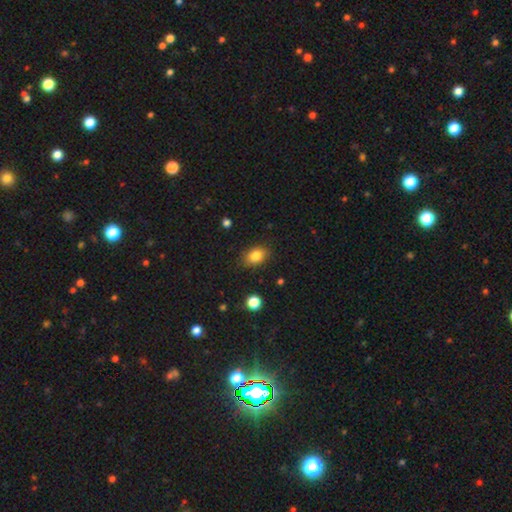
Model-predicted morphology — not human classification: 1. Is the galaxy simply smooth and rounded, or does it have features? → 83% smooth, 10% star or artifact, 7% featured or disk.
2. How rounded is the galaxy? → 73% in between, 25% round, 1% cigar-shaped.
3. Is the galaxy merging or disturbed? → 84% none, 12% minor disturbance, 3% major disturbance, 1% merger.